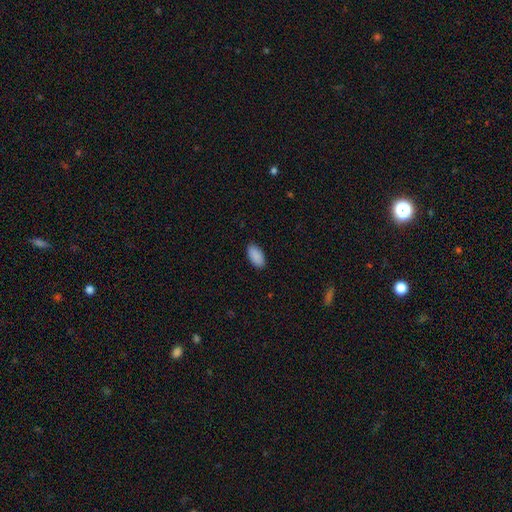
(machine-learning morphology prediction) This appears to be a smooth galaxy with no disk features (91%) that is in between round and cigar-shaped (95%). Merging: none (89%).